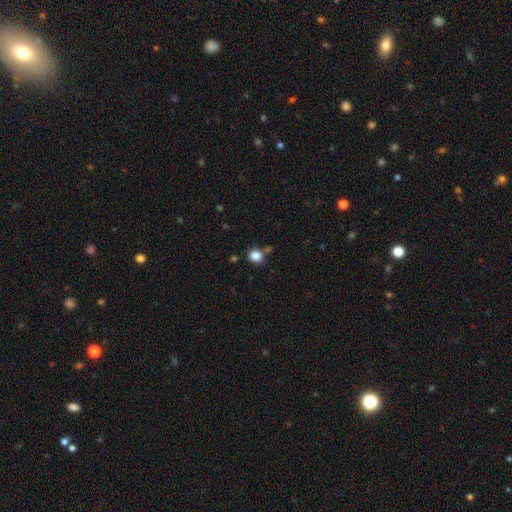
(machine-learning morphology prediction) smooth 85%, star or artifact 11%, featured or disk 4%. Down the decision tree: how rounded — round (81%); merging — none (76%).